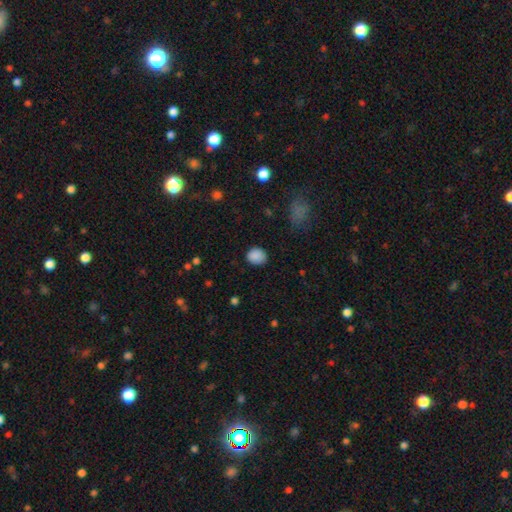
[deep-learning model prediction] Q: Smooth or featured?
A: smooth (88%); runner-up: star or artifact (9%)
Q: How rounded?
A: round (65%); runner-up: in between (34%)
Q: Merging?
A: none (84%); runner-up: minor disturbance (12%)